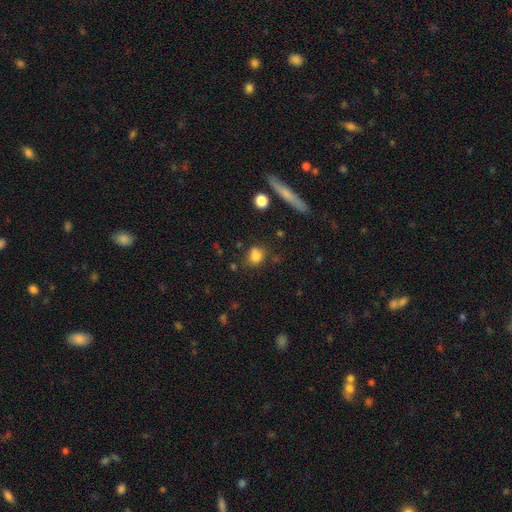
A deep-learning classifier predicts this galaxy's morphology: Smooth or featured? Predicted: smooth (p=0.81). How rounded? Predicted: round (p=0.59). Merging? Predicted: none (p=0.71).